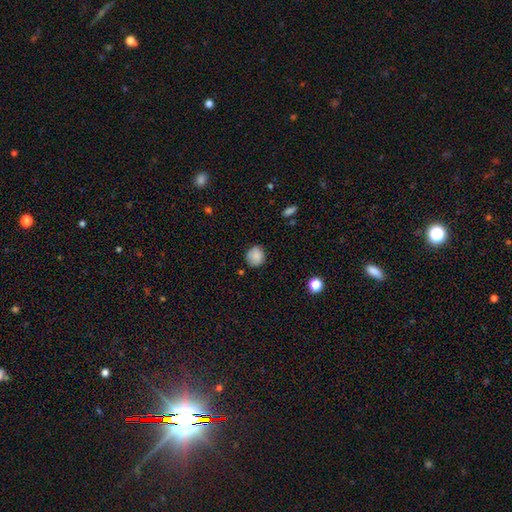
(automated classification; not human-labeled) The model was most divided on "merging": none: 81%, minor disturbance: 15%, major disturbance: 3%, merger: 2%. More confident: how rounded — round (86%); smooth or featured — smooth (85%).